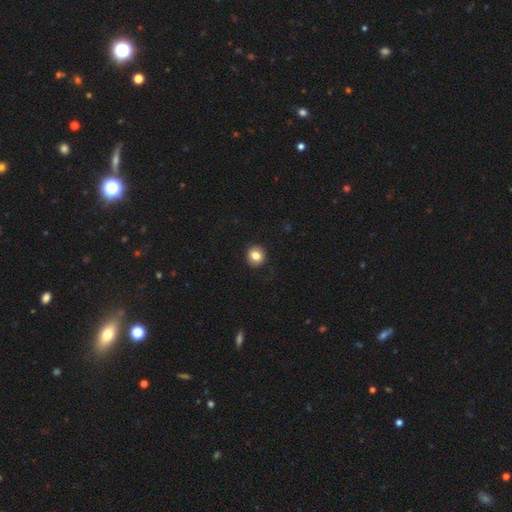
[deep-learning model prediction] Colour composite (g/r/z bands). It shows a smooth galaxy with no disk features (83%) that is round (87%). Merging: none (91%).